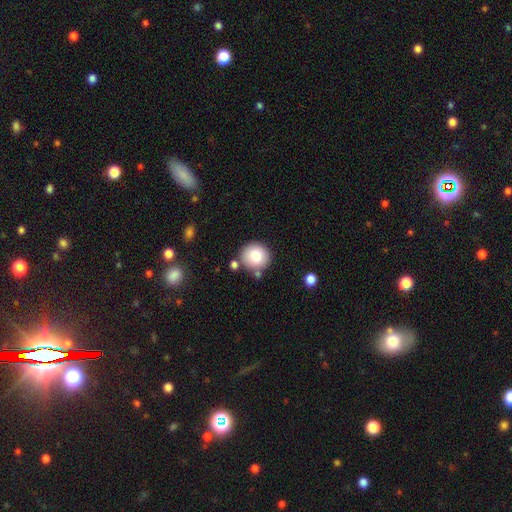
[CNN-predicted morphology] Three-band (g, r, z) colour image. It shows a smooth galaxy with no disk features (78%) that is round (83%). Merging: none (78%).